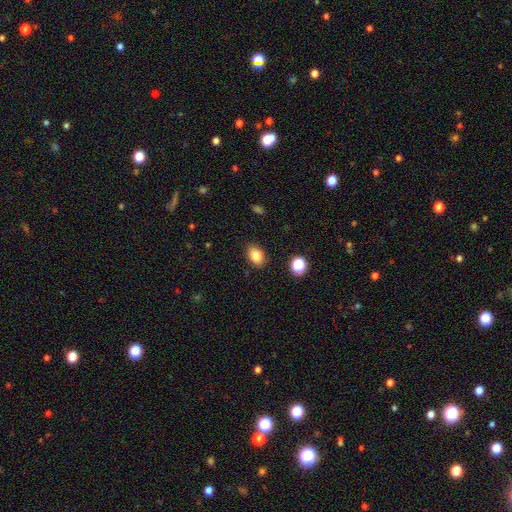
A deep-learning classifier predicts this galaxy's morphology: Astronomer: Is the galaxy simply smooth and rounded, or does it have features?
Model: smooth — 83%.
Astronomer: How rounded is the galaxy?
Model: in between — 79%.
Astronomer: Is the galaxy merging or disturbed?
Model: none — 85%.